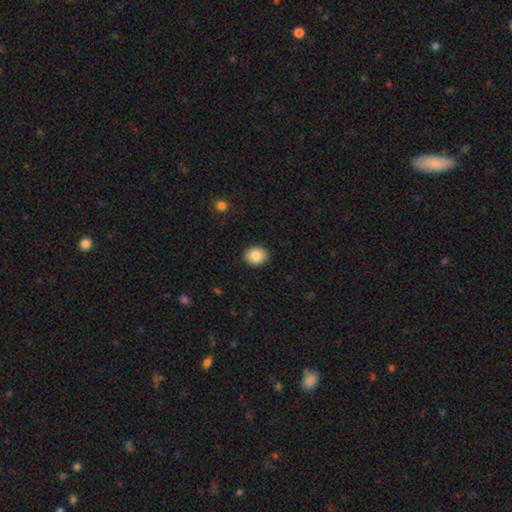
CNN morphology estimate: Q: Smooth or featured?
A: smooth (87%); runner-up: star or artifact (8%)
Q: How rounded?
A: round (60%); runner-up: in between (39%)
Q: Merging?
A: none (90%); runner-up: minor disturbance (7%)